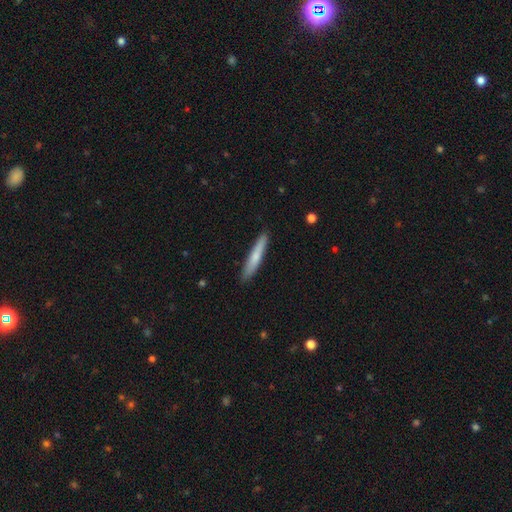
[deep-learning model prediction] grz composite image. It shows a smooth galaxy with no disk features (69%) that is cigar-shaped (93%). Merging: none (89%).